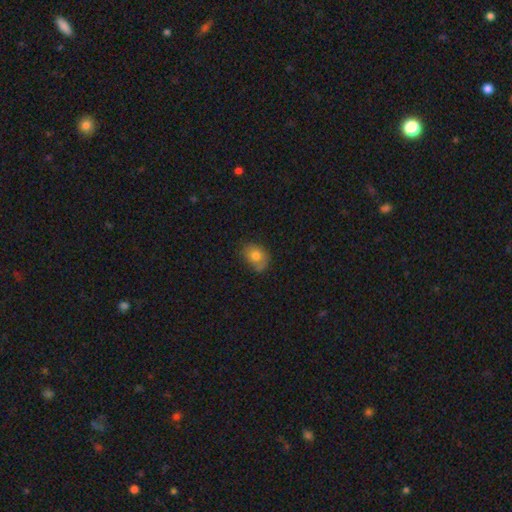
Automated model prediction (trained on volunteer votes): A smooth galaxy with no disk features (74%) that is in between round and cigar-shaped (64%).

Vote fractions:
- Smooth or featured? smooth: 74% / featured or disk: 17% / star or artifact: 9%
- How rounded? in between: 64% / round: 35% / cigar-shaped: 1%
- Merging? none: 60% / minor disturbance: 28% / major disturbance: 8% / merger: 3%